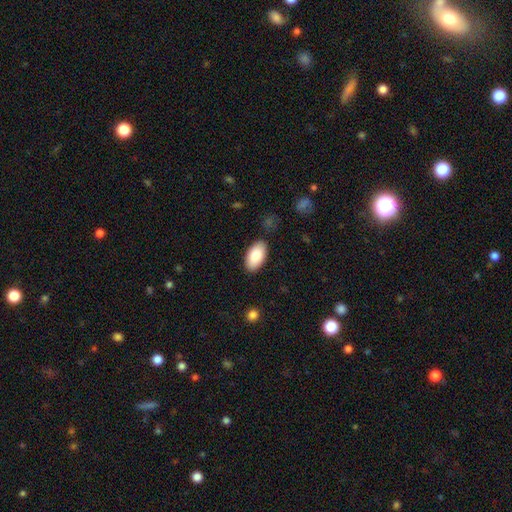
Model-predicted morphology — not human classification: smooth 86%, featured or disk 8%, star or artifact 6%. Down the decision tree: how rounded — in between (96%); merging — none (87%).